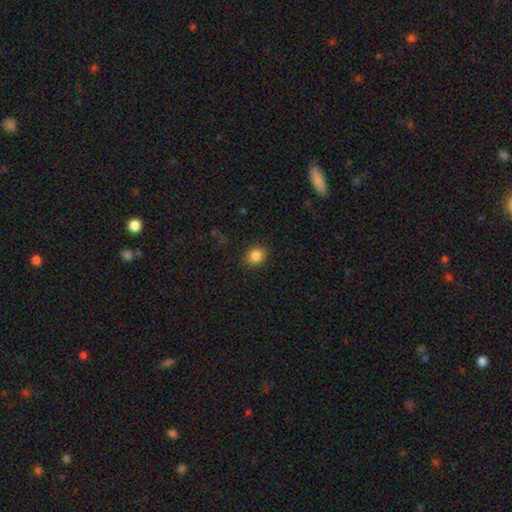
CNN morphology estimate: smooth 85%, star or artifact 11%, featured or disk 4%. Down the decision tree: how rounded — round (70%); merging — none (89%).